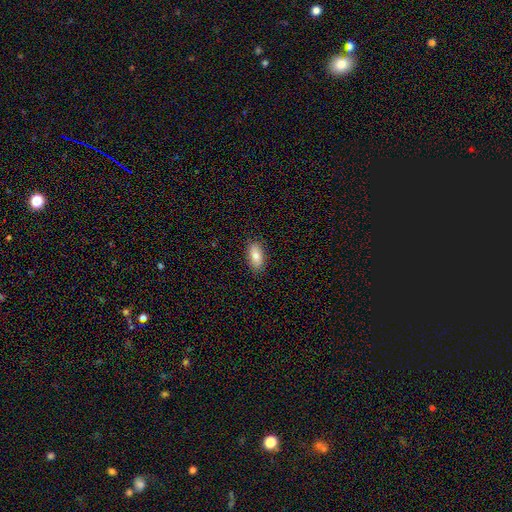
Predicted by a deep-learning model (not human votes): Smooth or featured?
  - smooth: 81% *
  - featured or disk: 12%
  - star or artifact: 7%
How rounded?
  - in between: 91% *
  - cigar-shaped: 6%
  - round: 3%
Merging?
  - none: 87% *
  - minor disturbance: 10%
  - major disturbance: 2%
  - merger: 1%